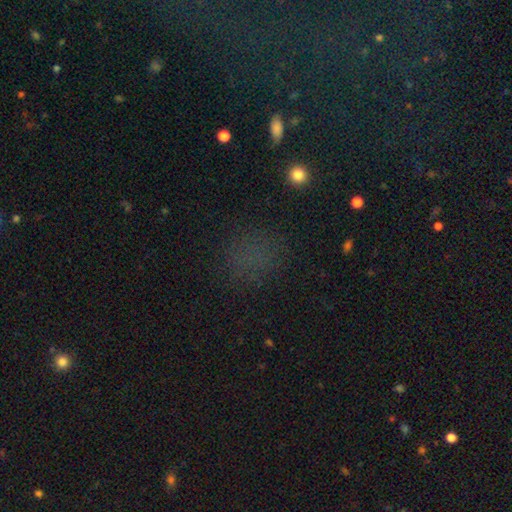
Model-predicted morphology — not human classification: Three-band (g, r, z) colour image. It shows a smooth galaxy with no disk features (50%) that is round (75%). Merging: none (79%).